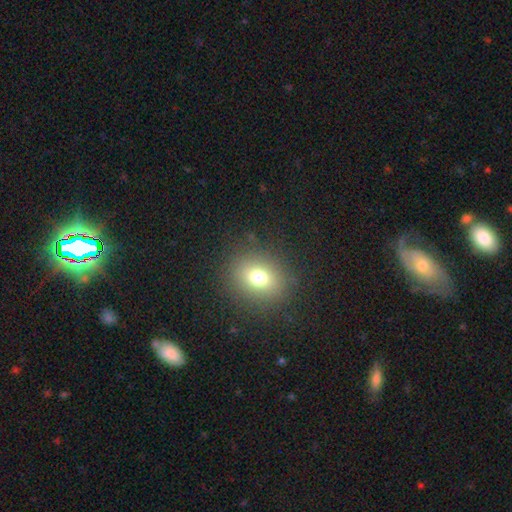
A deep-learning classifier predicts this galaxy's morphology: This is likely a smooth galaxy (61%). How rounded: likely round (70%). Merging: clearly none (89%).